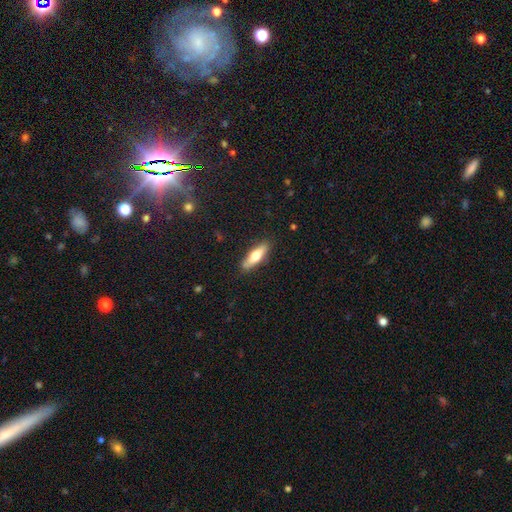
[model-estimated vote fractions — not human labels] This is likely a smooth galaxy (61%). How rounded: possibly cigar-shaped (58%). Merging: clearly none (87%).